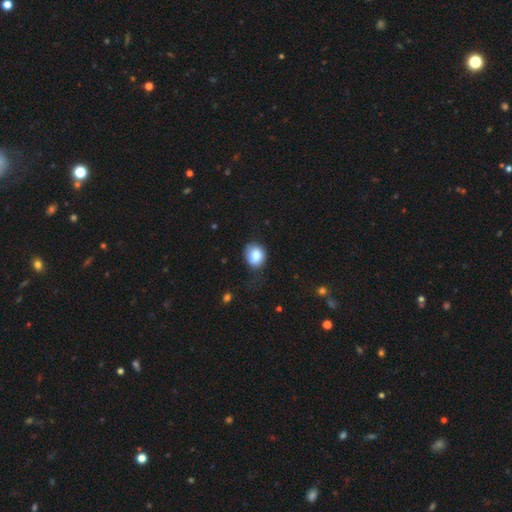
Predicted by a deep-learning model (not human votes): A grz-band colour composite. It shows a smooth galaxy with no disk features (82%) that is round (60%). Merging: none (59%).